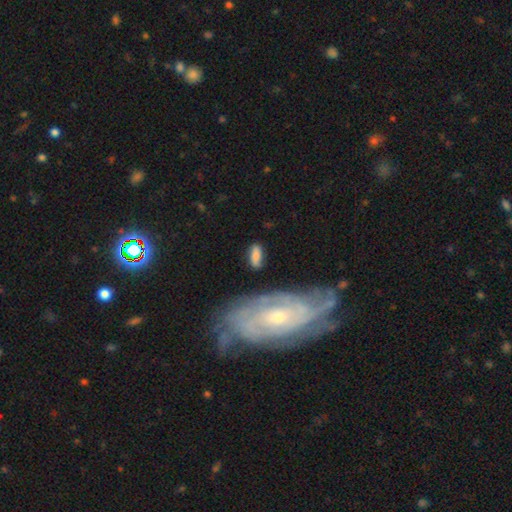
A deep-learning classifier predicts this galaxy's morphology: Smooth or featured?
  - smooth: 73% *
  - featured or disk: 20%
  - star or artifact: 7%
How rounded?
  - in between: 76% *
  - cigar-shaped: 20%
  - round: 4%
Merging?
  - none: 72% *
  - minor disturbance: 18%
  - major disturbance: 6%
  - merger: 5%